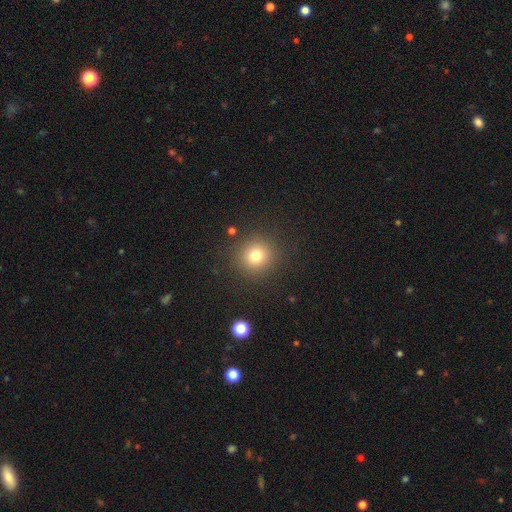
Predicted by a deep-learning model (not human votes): smooth 77%, star or artifact 14%, featured or disk 8%. Down the decision tree: how rounded — round (92%); merging — none (88%).